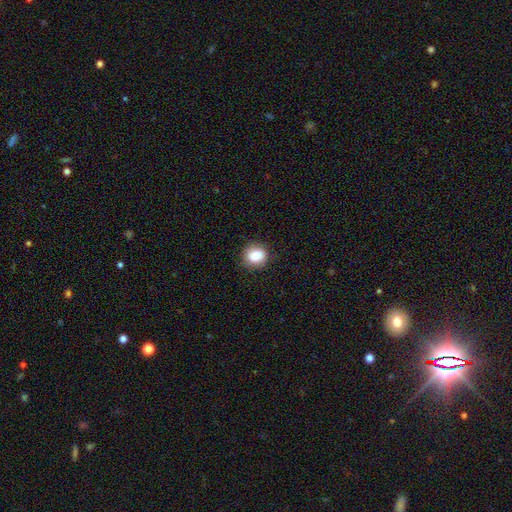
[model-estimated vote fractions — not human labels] This appears to be a smooth galaxy with no disk features (82%) that is round (80%). Merging: none (85%).